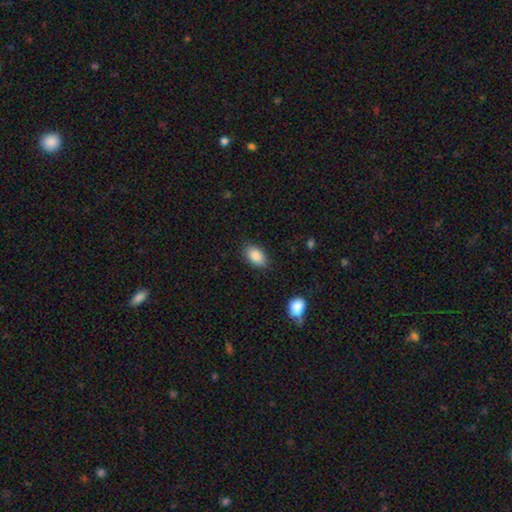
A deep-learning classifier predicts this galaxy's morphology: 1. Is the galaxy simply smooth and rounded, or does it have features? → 87% smooth, 7% star or artifact, 5% featured or disk.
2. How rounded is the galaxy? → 90% in between, 8% round, 2% cigar-shaped.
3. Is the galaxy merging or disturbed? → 84% none, 12% minor disturbance, 3% major disturbance, 1% merger.